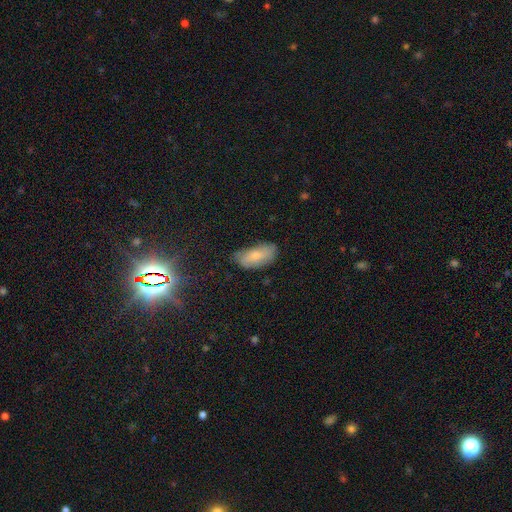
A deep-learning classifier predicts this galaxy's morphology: Smooth or featured? Predicted: smooth (p=0.65). How rounded? Predicted: in between (p=0.89). Merging? Predicted: none (p=0.68).